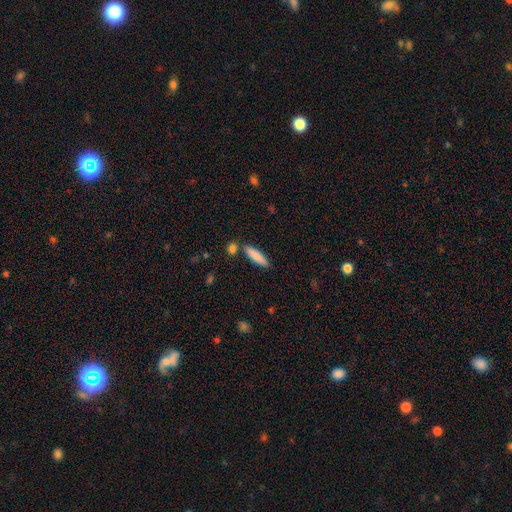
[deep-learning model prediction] smooth 85%, featured or disk 9%, star or artifact 6%. Down the decision tree: how rounded — cigar-shaped (68%); merging — none (80%).